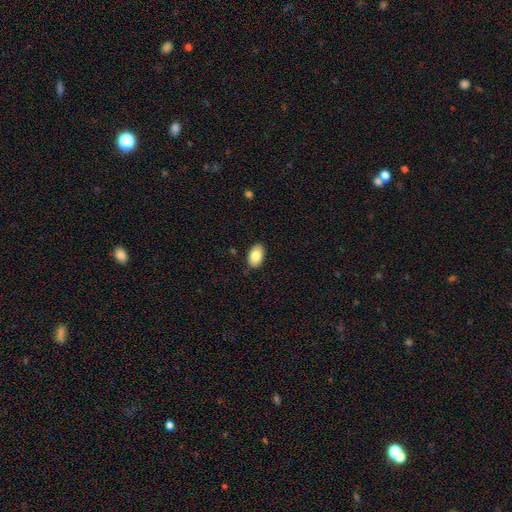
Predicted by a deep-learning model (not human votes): A smooth galaxy with no disk features (84%) that is in between round and cigar-shaped (92%).

Vote fractions:
- Smooth or featured? smooth: 84% / featured or disk: 9% / star or artifact: 7%
- How rounded? in between: 92% / round: 7% / cigar-shaped: 1%
- Merging? none: 86% / minor disturbance: 11% / major disturbance: 2% / merger: 1%